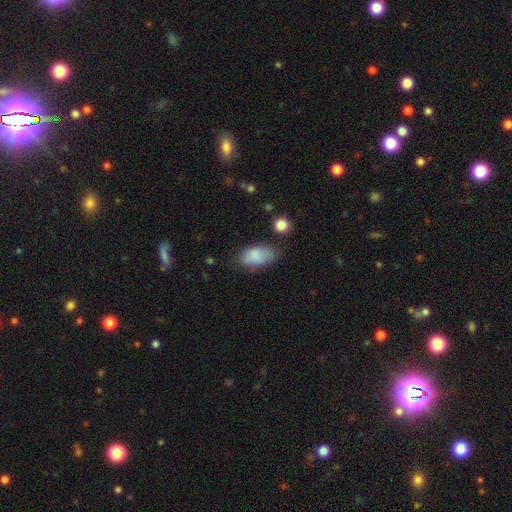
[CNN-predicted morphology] type=smooth (85%); roundness=in between (92%); merging=none (63%).